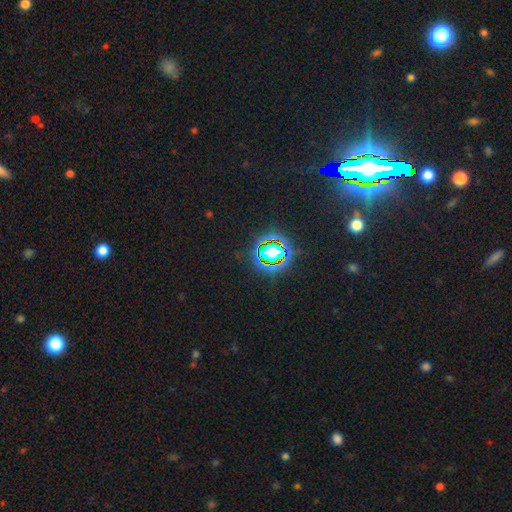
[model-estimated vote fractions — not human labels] smooth-or-featured: star or artifact: 82% | smooth: 10% | featured or disk: 8%